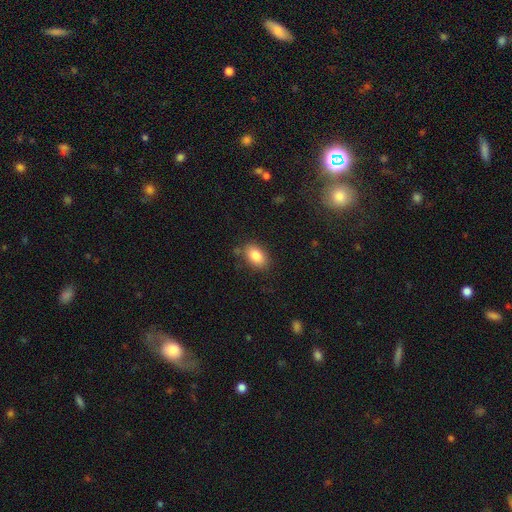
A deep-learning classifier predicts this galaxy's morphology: This is clearly a smooth galaxy (84%). How rounded: clearly in between (88%). Merging: clearly none (82%).